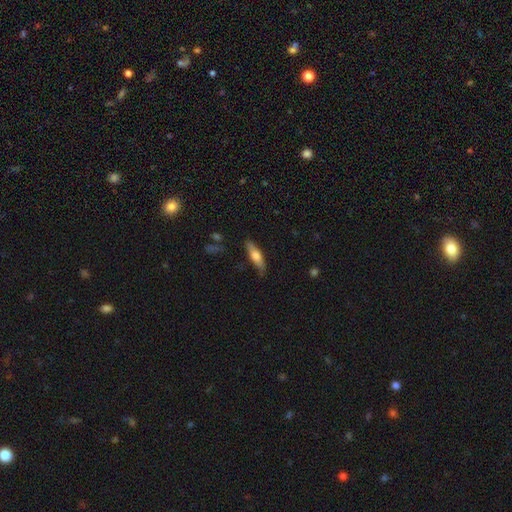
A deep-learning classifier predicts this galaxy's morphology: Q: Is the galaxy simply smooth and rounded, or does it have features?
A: smooth — 60%.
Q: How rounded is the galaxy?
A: cigar-shaped — 65%.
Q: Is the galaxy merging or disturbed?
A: none — 79%.